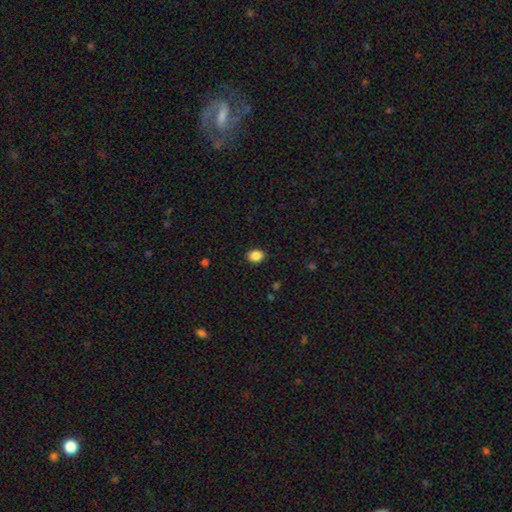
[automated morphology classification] Q: Smooth or featured?
A: smooth (87%); runner-up: star or artifact (9%)
Q: How rounded?
A: in between (50%); runner-up: round (49%)
Q: Merging?
A: none (89%); runner-up: minor disturbance (8%)